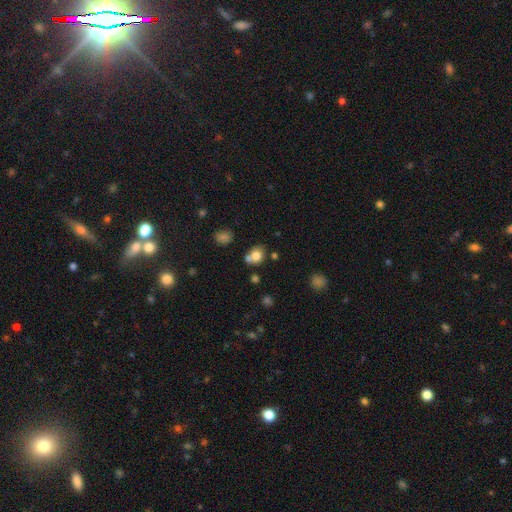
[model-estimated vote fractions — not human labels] Overall: smooth (77%). How rounded: round (67%; in between 32%). Merging: none (55%; merger 29%).